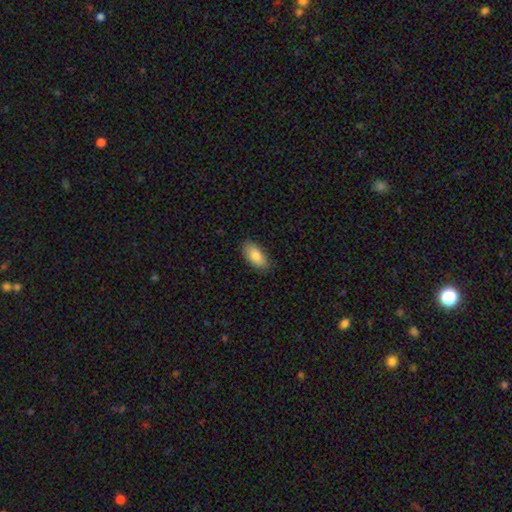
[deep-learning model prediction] Morphology: type=smooth (83%); roundness=in between (92%); merging=none (86%).